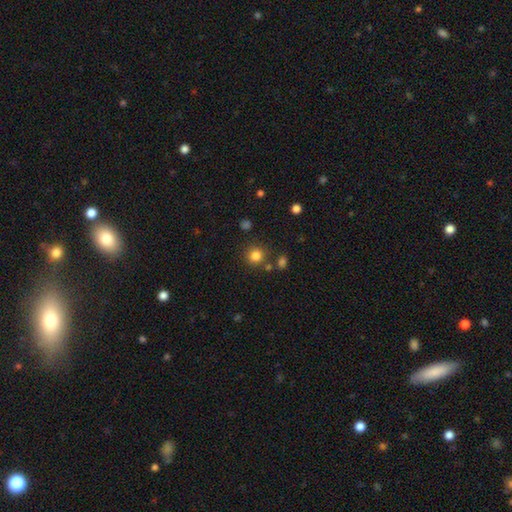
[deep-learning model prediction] A smooth galaxy with no disk features (82%) that is round (90%). Merging: none (80%).